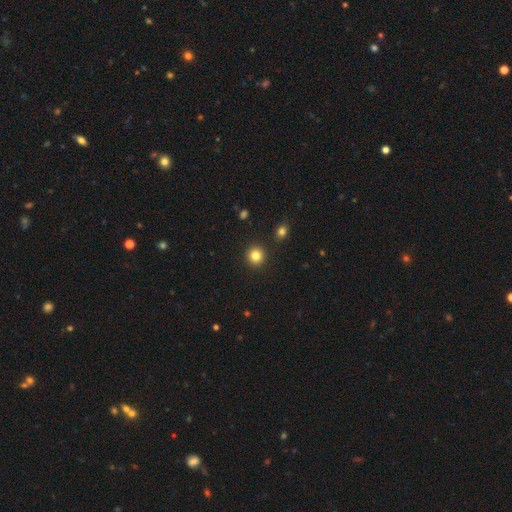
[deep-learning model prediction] Overall: smooth (82%). How rounded: round (93%). Merging: none (91%).